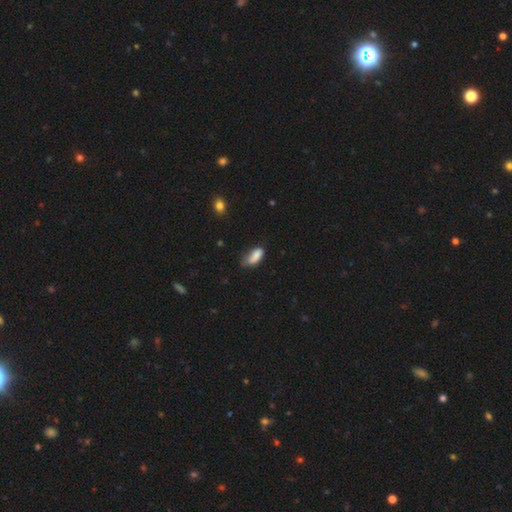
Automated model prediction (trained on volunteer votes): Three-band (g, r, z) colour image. It shows a smooth galaxy with no disk features (82%) that is in between round and cigar-shaped (85%). Merging: none (42%).